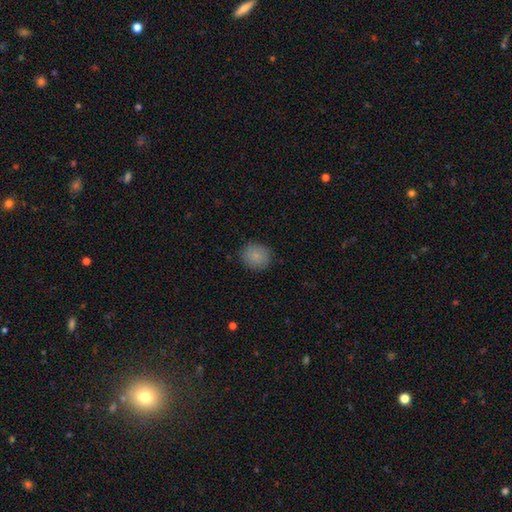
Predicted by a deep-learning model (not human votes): A smooth galaxy with no disk features (86%) that is round (83%).

Vote fractions:
- Smooth or featured? smooth: 86% / star or artifact: 8% / featured or disk: 6%
- How rounded? round: 83% / in between: 16% / cigar-shaped: 1%
- Merging? none: 86% / minor disturbance: 10% / major disturbance: 2% / merger: 1%